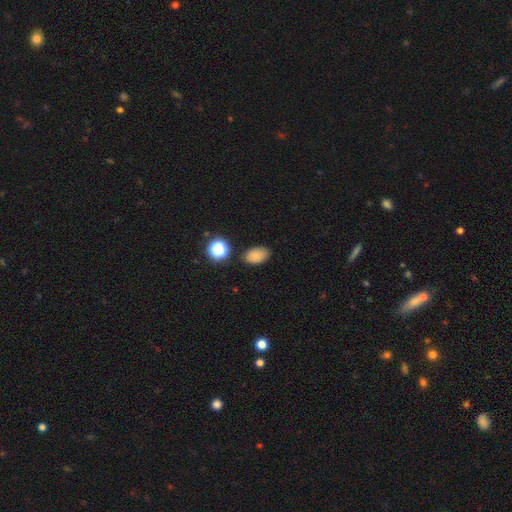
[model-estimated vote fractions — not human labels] The model was most divided on "merging": none: 81%, minor disturbance: 13%, major disturbance: 3%, merger: 3%. More confident: how rounded — in between (87%); smooth or featured — smooth (82%).